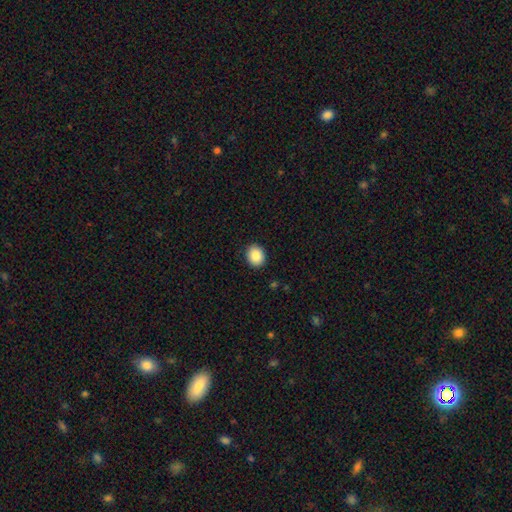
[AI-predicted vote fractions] This appears to be a smooth galaxy with no disk features (88%) that is round (55%). Merging: none (91%).